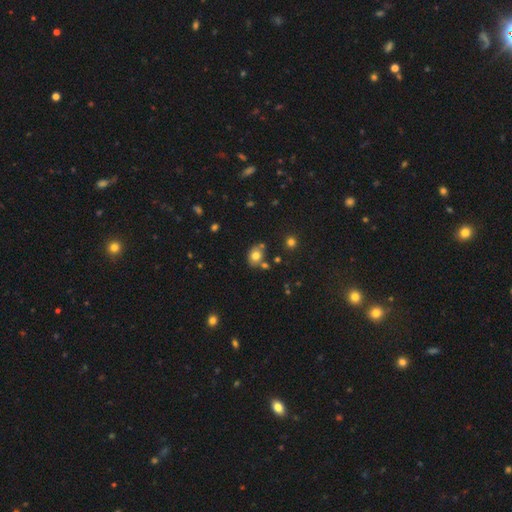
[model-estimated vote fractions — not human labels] smooth-or-featured: smooth: 76% | star or artifact: 12% | featured or disk: 12%
  how-rounded: in between: 57% | round: 42% | cigar-shaped: 1%
  merging: none: 67% | minor disturbance: 15% | merger: 14% | major disturbance: 4%